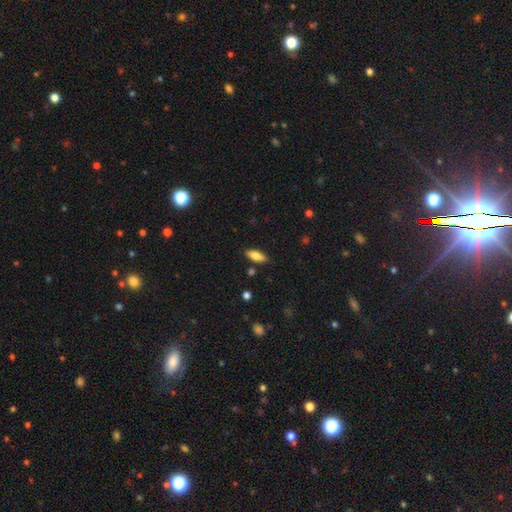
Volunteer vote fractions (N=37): Volunteers were most divided on "how rounded": in between: 74%, cigar-shaped: 19%, round: 6%. More confident: smooth or featured — smooth (84%); merging — none (78%).